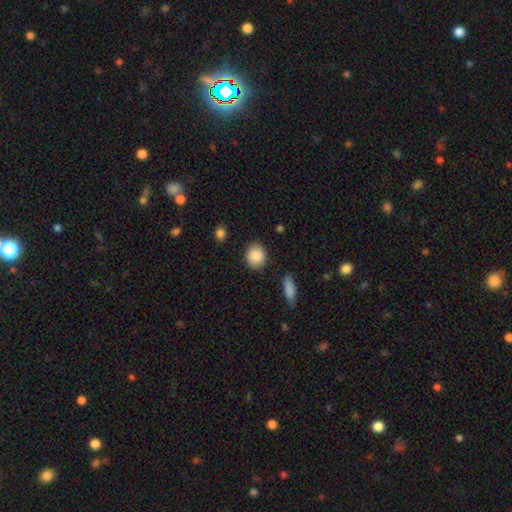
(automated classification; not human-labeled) A smooth galaxy with no disk features (89%) that is round (73%). Merging: none (87%).